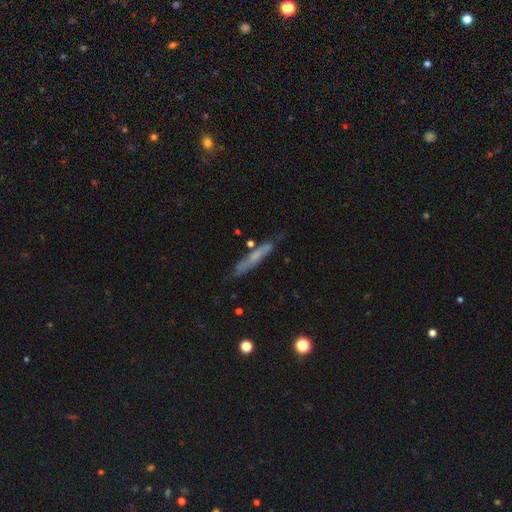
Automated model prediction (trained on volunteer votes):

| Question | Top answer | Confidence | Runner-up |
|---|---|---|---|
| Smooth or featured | smooth | 51% | featured or disk (40%) |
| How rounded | cigar-shaped | 93% | in between (5%) |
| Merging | none | 73% | minor disturbance (18%) |